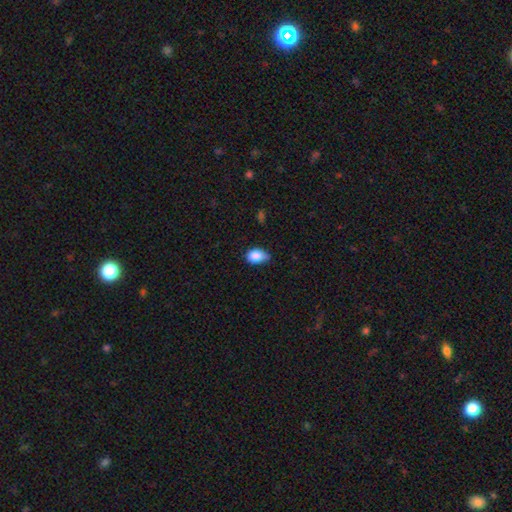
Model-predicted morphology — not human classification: Overall: smooth (85%). How rounded: in between (81%). Merging: none (45%; minor disturbance 44%).